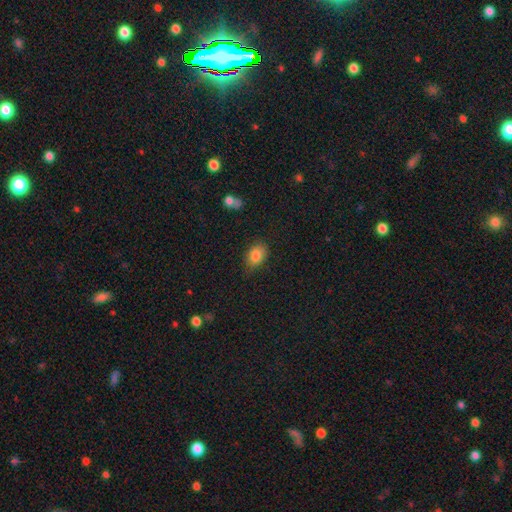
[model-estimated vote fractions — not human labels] Smooth or featured?
  - smooth: 83% *
  - star or artifact: 10%
  - featured or disk: 8%
How rounded?
  - in between: 76% *
  - round: 23%
  - cigar-shaped: 2%
Merging?
  - none: 76% *
  - minor disturbance: 19%
  - major disturbance: 3%
  - merger: 2%